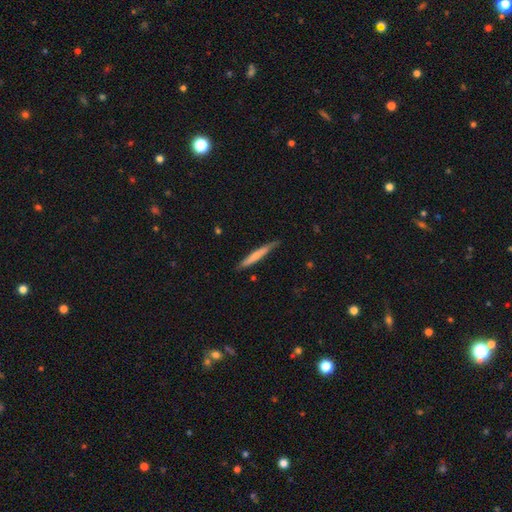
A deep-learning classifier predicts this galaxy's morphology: The model was most divided on "smooth or featured": smooth: 62%, featured or disk: 33%, star or artifact: 5%. More confident: how rounded — cigar-shaped (95%); merging — none (78%).